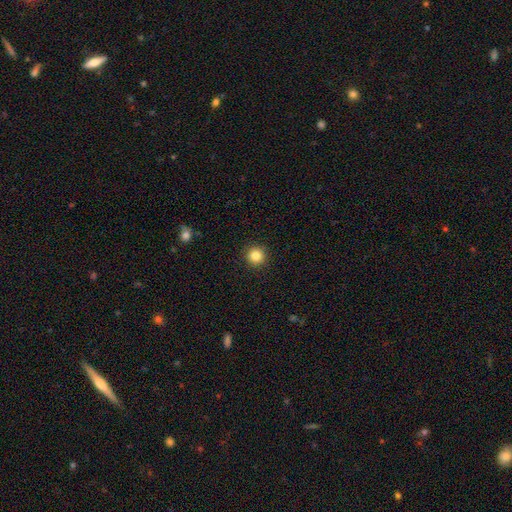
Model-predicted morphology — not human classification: Smooth or featured? Predicted: smooth (p=0.85). How rounded? Predicted: round (p=0.95). Merging? Predicted: none (p=0.93).